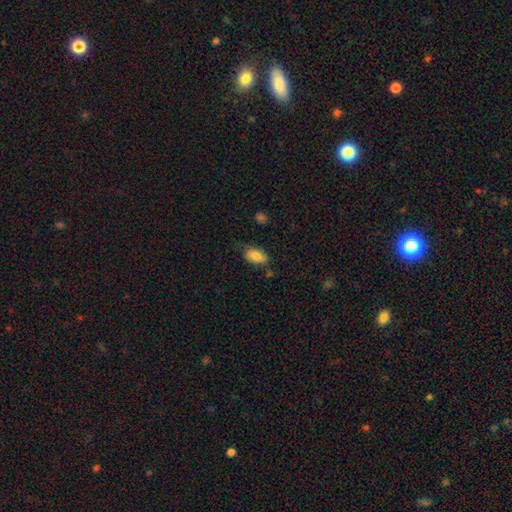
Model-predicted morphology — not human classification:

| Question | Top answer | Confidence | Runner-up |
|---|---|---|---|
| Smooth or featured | smooth | 81% | featured or disk (12%) |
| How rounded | in between | 92% | round (5%) |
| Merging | none | 65% | minor disturbance (25%) |